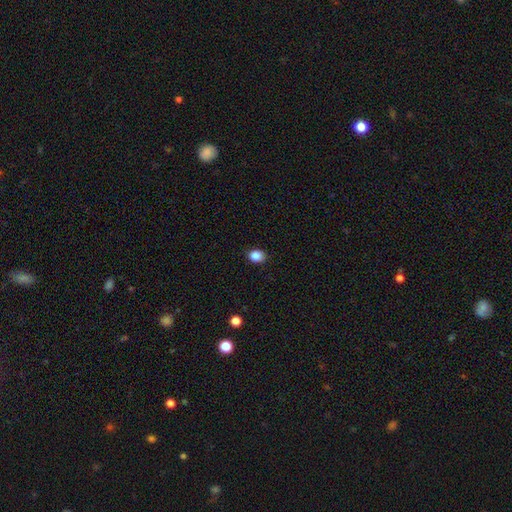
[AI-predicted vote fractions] Q: Smooth or featured?
A: smooth (87%); runner-up: star or artifact (10%)
Q: How rounded?
A: in between (50%); runner-up: round (49%)
Q: Merging?
A: none (88%); runner-up: minor disturbance (9%)